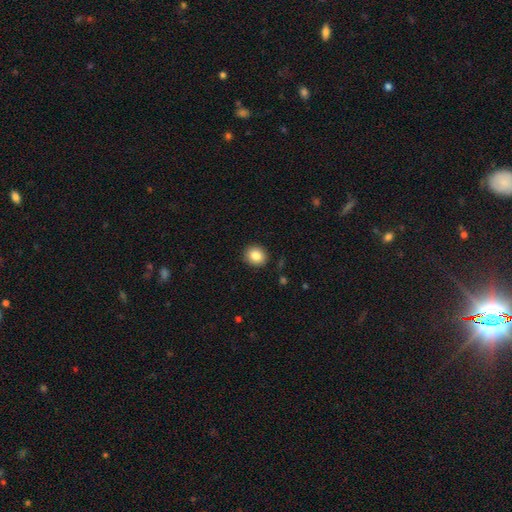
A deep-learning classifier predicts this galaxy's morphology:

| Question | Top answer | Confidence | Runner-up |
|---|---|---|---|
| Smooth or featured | smooth | 85% | star or artifact (9%) |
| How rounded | round | 79% | in between (21%) |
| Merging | none | 90% | minor disturbance (7%) |